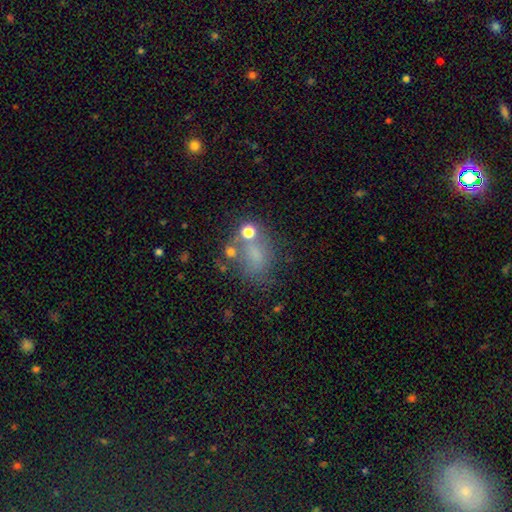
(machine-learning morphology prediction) A smooth galaxy with no disk features (57%) that is in between round and cigar-shaped (59%). Merging: none (44%).